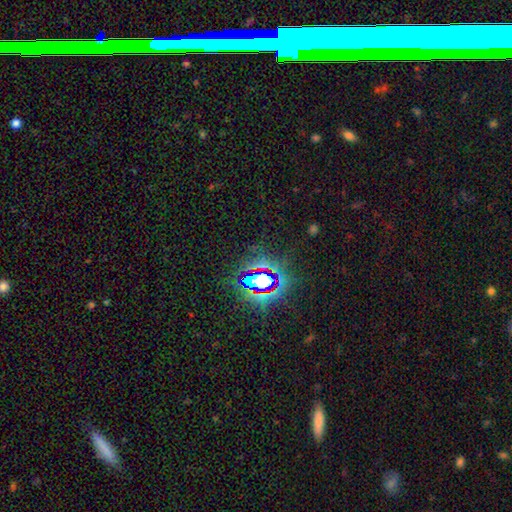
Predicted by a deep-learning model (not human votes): The model was most divided on "smooth or featured": star or artifact: 81%, smooth: 11%, featured or disk: 8%.